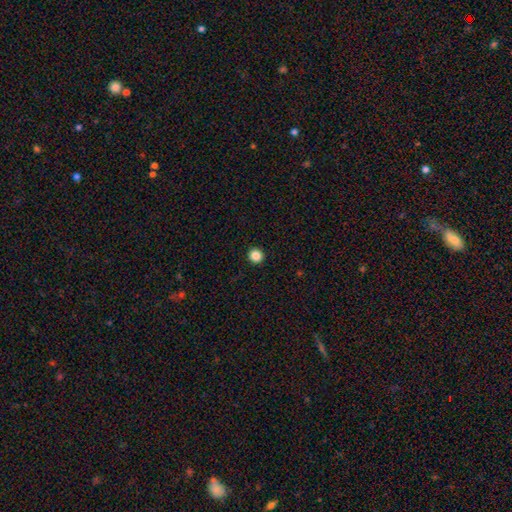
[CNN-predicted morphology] This appears to be a smooth galaxy with no disk features (86%) that is round (95%). Merging: none (94%).